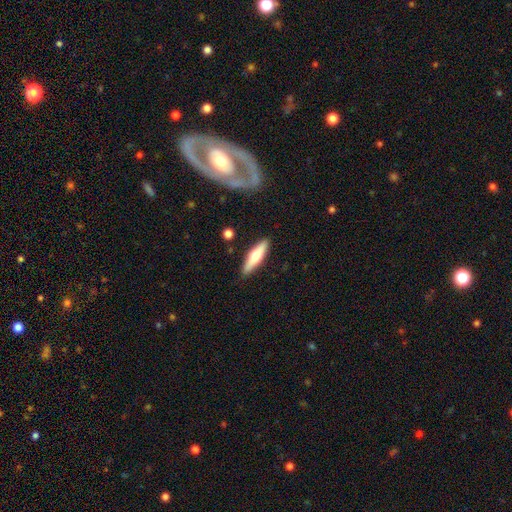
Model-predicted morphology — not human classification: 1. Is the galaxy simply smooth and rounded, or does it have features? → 57% smooth, 38% featured or disk, 5% star or artifact.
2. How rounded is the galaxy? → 71% cigar-shaped, 27% in between, 2% round.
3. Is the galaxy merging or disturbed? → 88% none, 8% minor disturbance, 2% major disturbance, 2% merger.